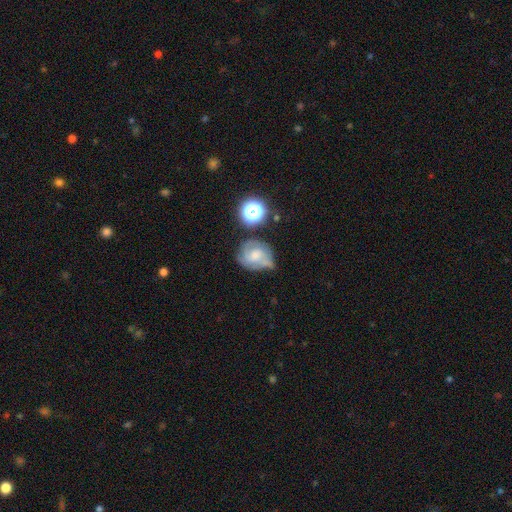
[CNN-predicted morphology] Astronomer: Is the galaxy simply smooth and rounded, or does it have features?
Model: featured or disk — 57% (runner-up: smooth, 32%).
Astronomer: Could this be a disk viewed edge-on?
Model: no — 97%.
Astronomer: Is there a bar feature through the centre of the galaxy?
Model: no — 60%.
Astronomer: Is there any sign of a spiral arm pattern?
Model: yes — 82%.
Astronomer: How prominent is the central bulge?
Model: moderate — 44% (runner-up: small, 29%).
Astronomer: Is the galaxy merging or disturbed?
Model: none — 46% (runner-up: minor disturbance, 29%).